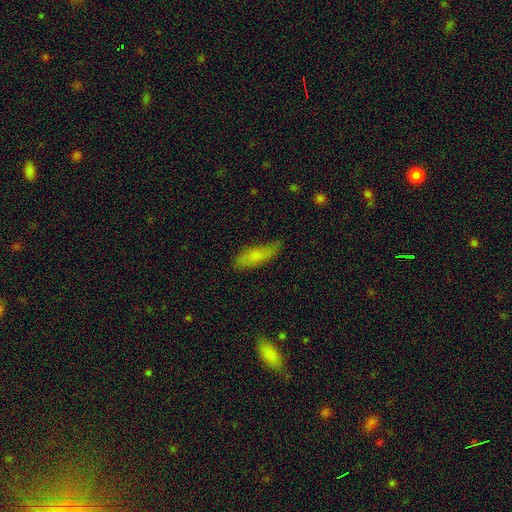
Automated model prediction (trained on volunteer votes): This is likely a smooth galaxy (74%). How rounded: possibly in between (60%). Merging: likely none (68%).